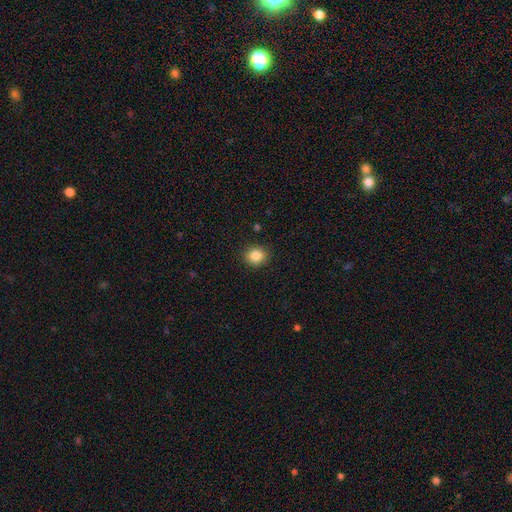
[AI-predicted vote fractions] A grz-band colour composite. It shows a smooth galaxy with no disk features (86%) that is round (79%). Merging: none (90%).